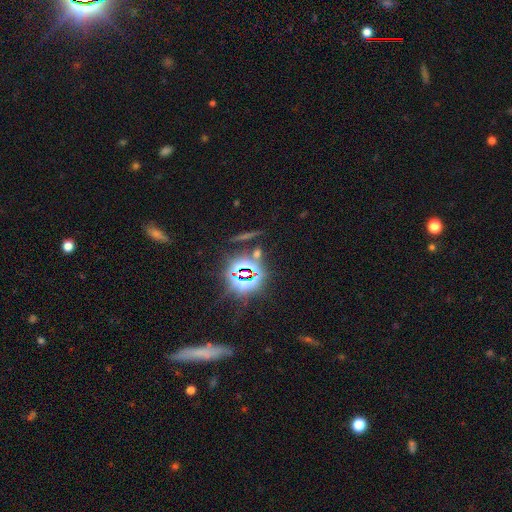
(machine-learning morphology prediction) type=star or artifact (76%).